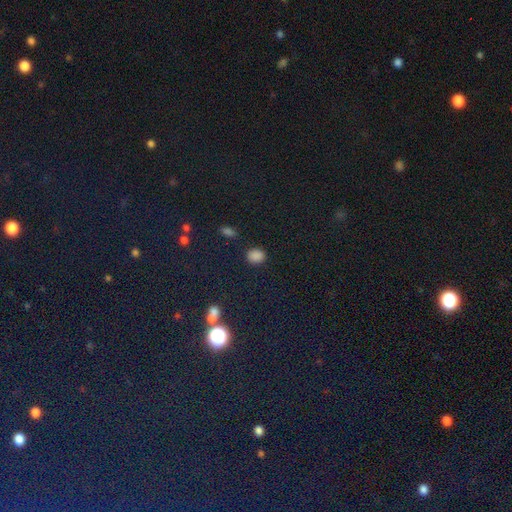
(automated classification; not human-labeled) Smooth or featured? Predicted: smooth (p=0.83). How rounded? Predicted: round (p=0.52). Merging? Predicted: none (p=0.85).